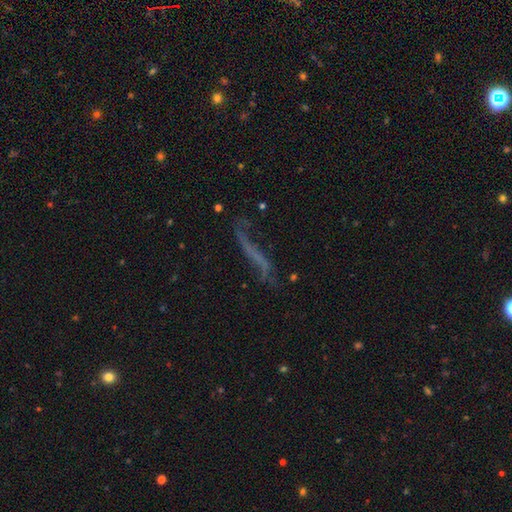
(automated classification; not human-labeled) Smooth or featured?
  - featured or disk: 55% *
  - smooth: 29%
  - star or artifact: 16%
Edge-on disk?
  - no: 59% *
  - yes: 41%
Merging?
  - none: 52% *
  - minor disturbance: 22%
  - major disturbance: 21%
  - merger: 5%